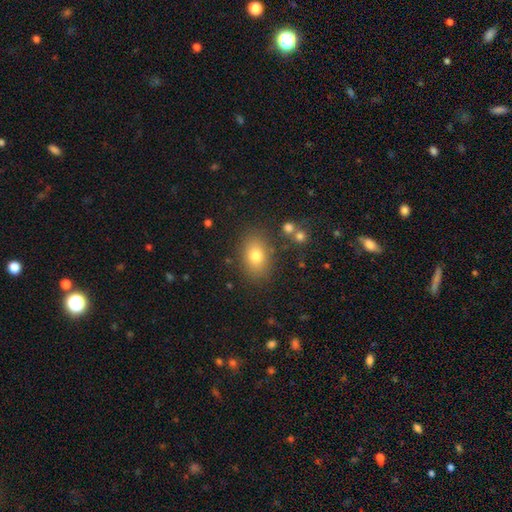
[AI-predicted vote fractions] This is likely a smooth galaxy (77%). How rounded: likely in between (76%). Merging: clearly none (81%).